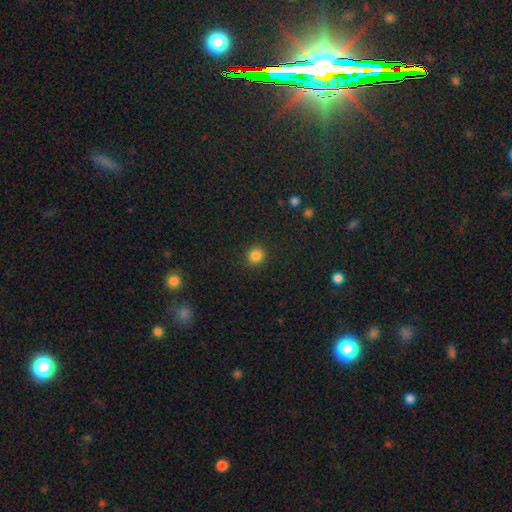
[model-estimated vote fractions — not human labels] This appears to be a smooth galaxy with no disk features (85%) that is round (88%). Merging: none (91%).